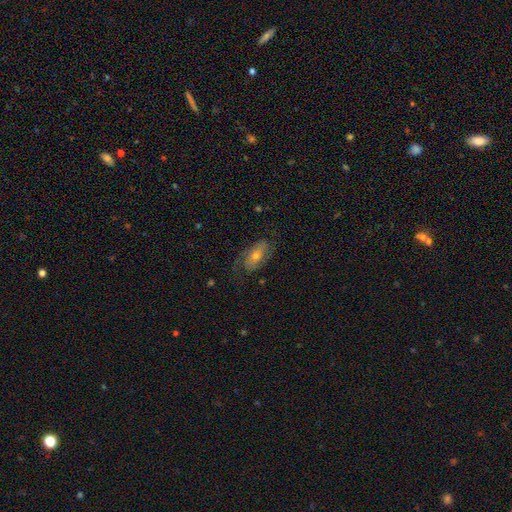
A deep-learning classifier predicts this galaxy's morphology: Overall: featured or disk (59%; smooth 31%). Edge-on disk: no (90%). Bar: no (65%; weak 26%). Spiral arms: yes (79%). Bulge size: moderate (54%; small 40%). Merging: none (63%).